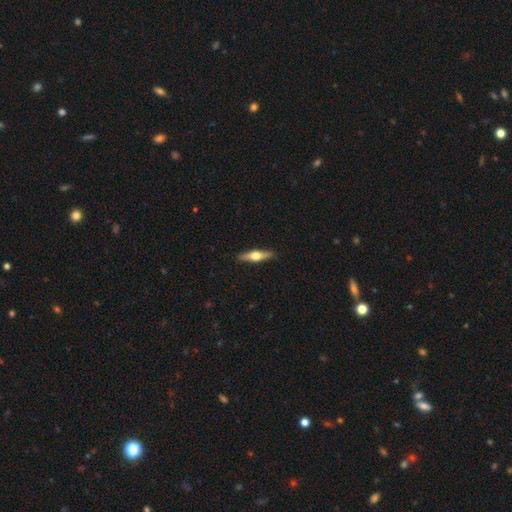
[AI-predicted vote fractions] The model was most divided on "smooth or featured": featured or disk: 59%, smooth: 35%, star or artifact: 5%. More confident: edge-on bulge — rounded (95%); edge-on disk — yes (95%); merging — none (90%).